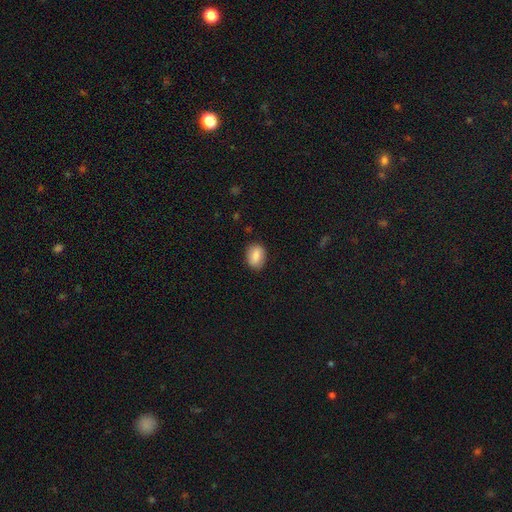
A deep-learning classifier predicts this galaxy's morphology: smooth_or_featured: smooth (p=0.84) [alt: featured or disk p=0.09]
how_rounded: in between (p=0.75) [alt: round p=0.23]
merging: none (p=0.85) [alt: minor disturbance p=0.11]